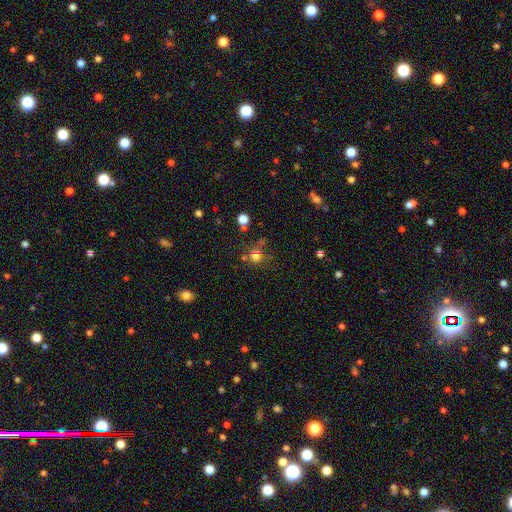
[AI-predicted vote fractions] This appears to be a smooth galaxy with no disk features (72%) that is round (89%). Merging: none (64%).